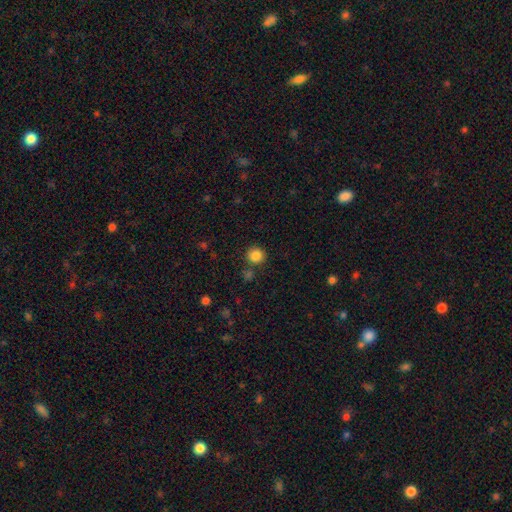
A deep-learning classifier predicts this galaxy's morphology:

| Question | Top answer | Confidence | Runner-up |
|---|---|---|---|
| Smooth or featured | smooth | 85% | star or artifact (11%) |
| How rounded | round | 92% | in between (7%) |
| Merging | none | 83% | minor disturbance (8%) |